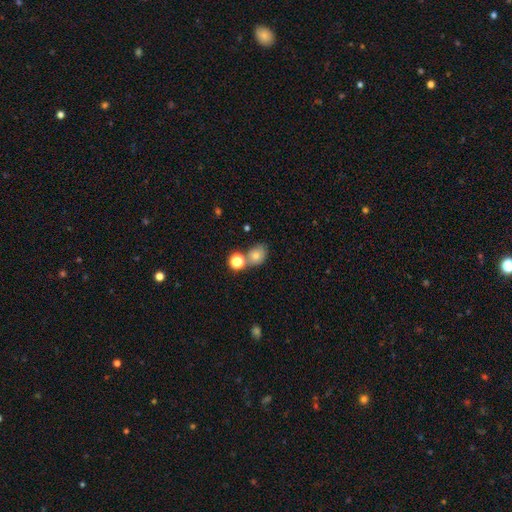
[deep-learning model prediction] The model was most divided on "how rounded": round: 55%, in between: 44%, cigar-shaped: 1%. More confident: smooth or featured — smooth (76%); merging — none (51%).